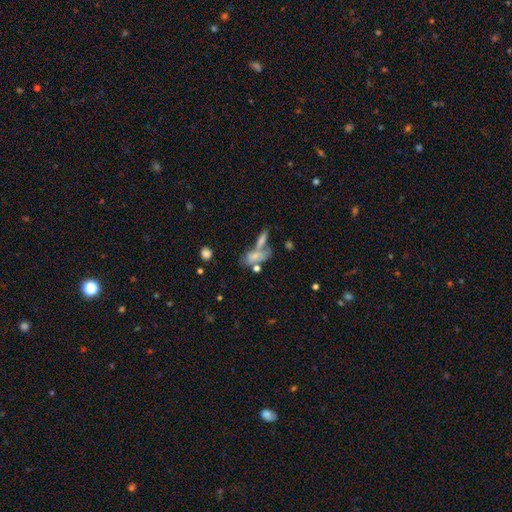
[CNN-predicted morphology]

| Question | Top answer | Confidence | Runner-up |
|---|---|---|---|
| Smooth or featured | smooth | 60% | featured or disk (29%) |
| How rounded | in between | 72% | cigar-shaped (22%) |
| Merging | merger | 47% | none (30%) |